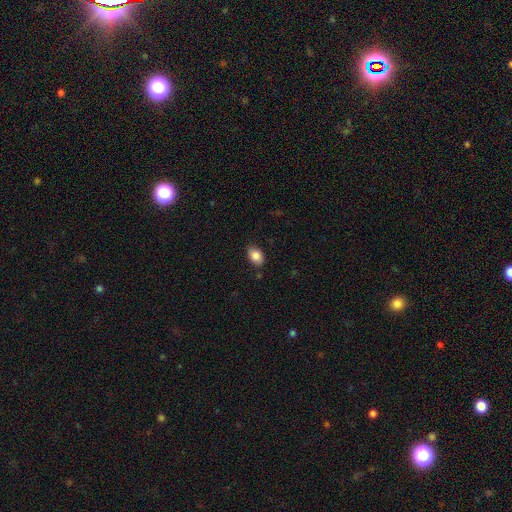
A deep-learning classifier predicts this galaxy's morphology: Smooth or featured?
  - smooth: 85% *
  - star or artifact: 8%
  - featured or disk: 7%
How rounded?
  - in between: 81% *
  - round: 18%
  - cigar-shaped: 1%
Merging?
  - none: 83% *
  - minor disturbance: 13%
  - major disturbance: 2%
  - merger: 2%